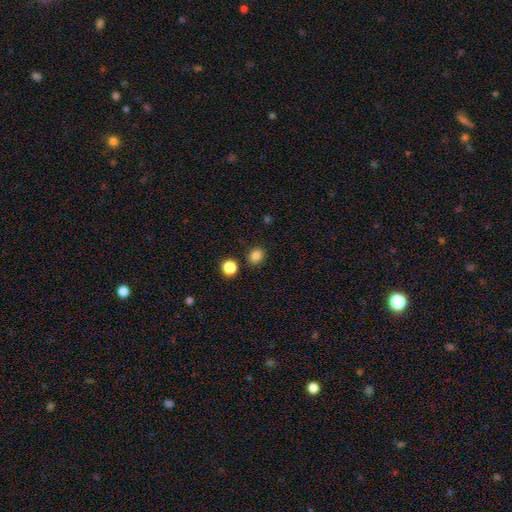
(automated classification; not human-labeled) Smooth or featured? Predicted: smooth (p=0.84). How rounded? Predicted: round (p=0.69). Merging? Predicted: none (p=0.85).